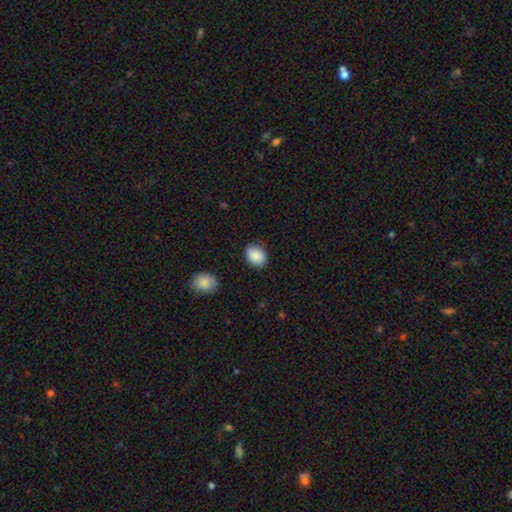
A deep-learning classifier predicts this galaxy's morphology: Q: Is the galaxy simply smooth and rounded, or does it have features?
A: smooth — 89%.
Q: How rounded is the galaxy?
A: in between — 67%.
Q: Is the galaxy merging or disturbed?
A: none — 83%.